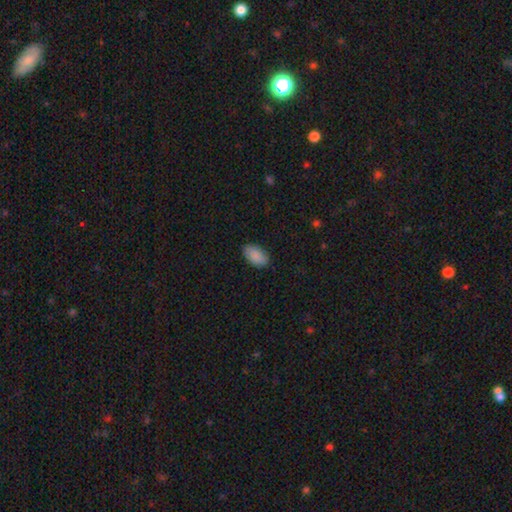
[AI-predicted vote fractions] smooth_or_featured: smooth (p=0.90) [alt: star or artifact p=0.06]
how_rounded: in between (p=0.94) [alt: round p=0.04]
merging: none (p=0.87) [alt: minor disturbance p=0.10]